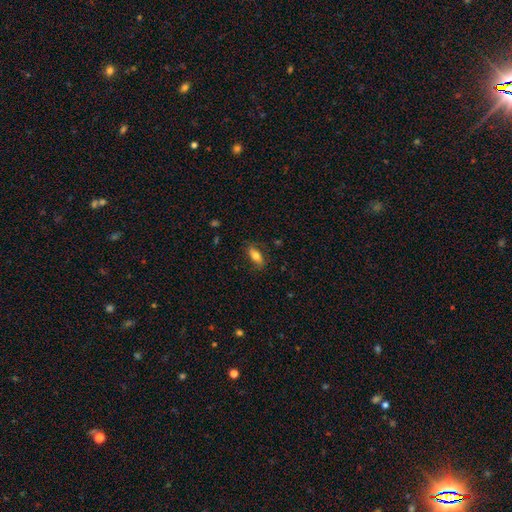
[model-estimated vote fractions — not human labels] A smooth galaxy with no disk features (76%) that is in between round and cigar-shaped (80%). Merging: none (80%).